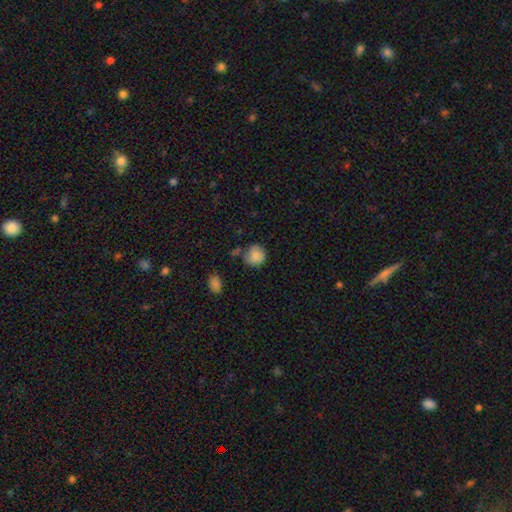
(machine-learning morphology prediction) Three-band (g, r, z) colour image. It shows a smooth galaxy with no disk features (86%) that is round (87%). Merging: none (67%).